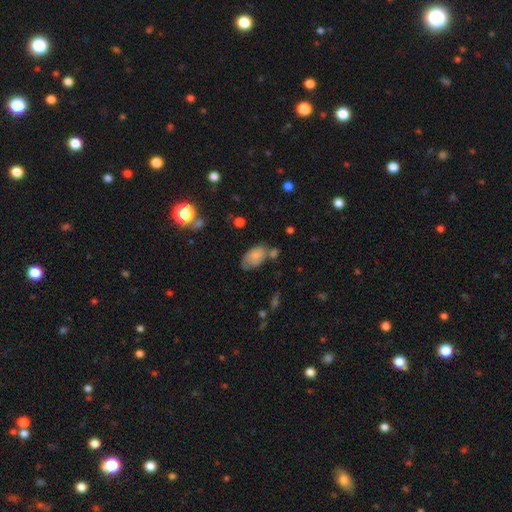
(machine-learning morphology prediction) A smooth galaxy with no disk features (77%) that is in between round and cigar-shaped (92%). Merging: none (50%).